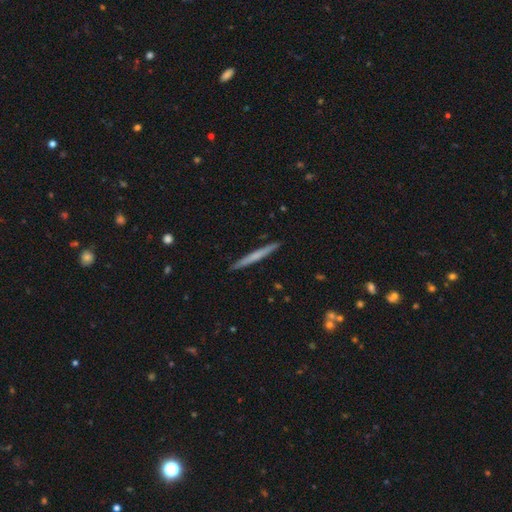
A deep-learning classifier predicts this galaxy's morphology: A smooth galaxy with no disk features (51%) that is cigar-shaped (97%). Merging: none (92%).